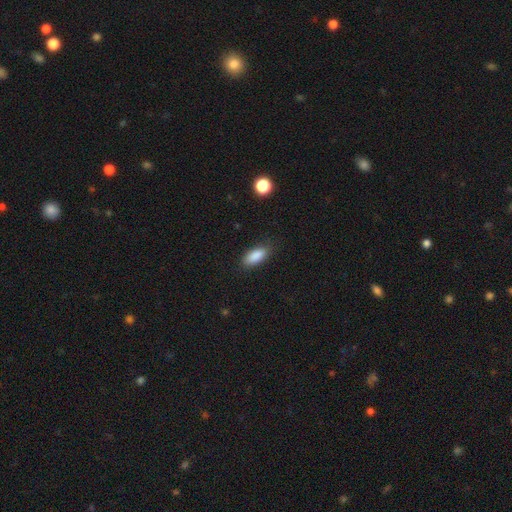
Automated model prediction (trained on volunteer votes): Q: Smooth or featured?
A: smooth (88%); runner-up: star or artifact (7%)
Q: How rounded?
A: in between (85%); runner-up: cigar-shaped (13%)
Q: Merging?
A: none (83%); runner-up: minor disturbance (13%)